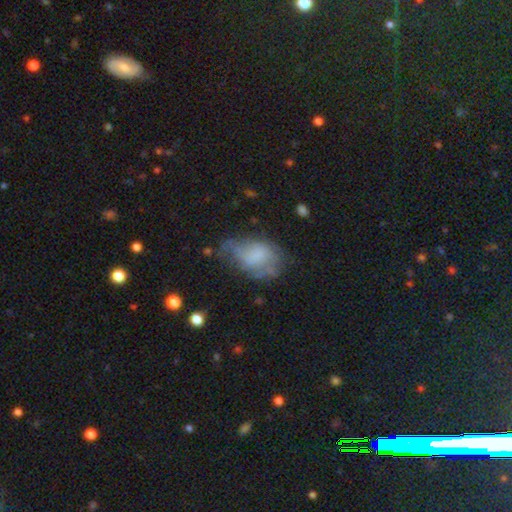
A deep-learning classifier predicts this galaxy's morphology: Overall: smooth (55%; featured or disk 35%). How rounded: in between (82%). Merging: none (35%; minor disturbance 34%).